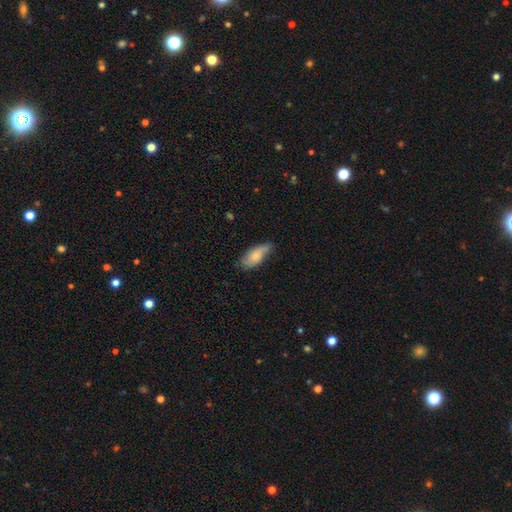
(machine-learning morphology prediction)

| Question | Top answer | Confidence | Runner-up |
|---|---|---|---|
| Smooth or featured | smooth | 69% | featured or disk (25%) |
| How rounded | in between | 83% | cigar-shaped (14%) |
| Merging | none | 51% | minor disturbance (37%) |